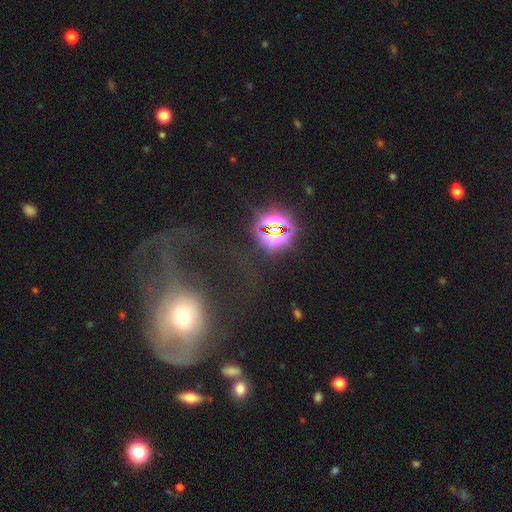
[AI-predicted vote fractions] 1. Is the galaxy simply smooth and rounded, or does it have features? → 43% featured or disk, 37% smooth, 20% star or artifact.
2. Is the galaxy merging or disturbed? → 54% major disturbance, 23% none, 14% minor disturbance, 9% merger.